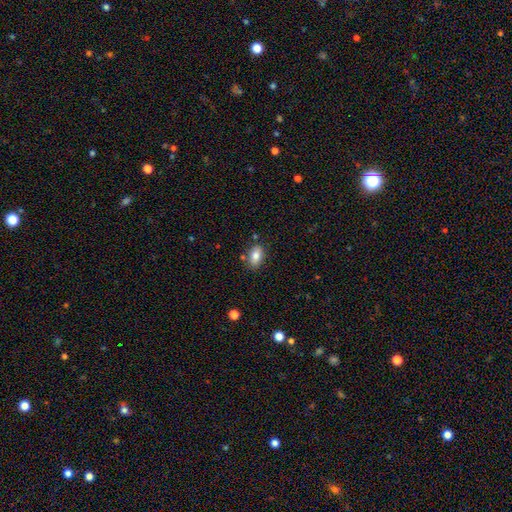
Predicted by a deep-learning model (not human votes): Overall: smooth (80%). How rounded: in between (89%). Merging: none (79%).